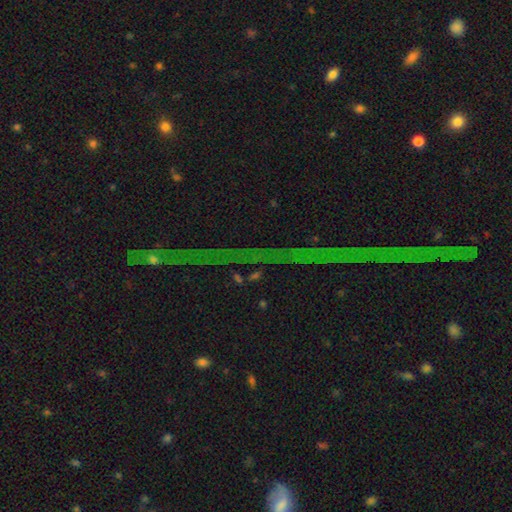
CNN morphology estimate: Overall: star or artifact (83%).